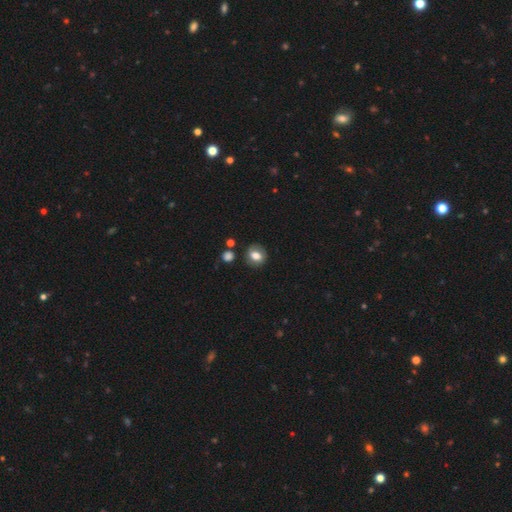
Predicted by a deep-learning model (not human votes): This is likely a smooth galaxy (71%). How rounded: likely round (65%). Merging: clearly none (81%).